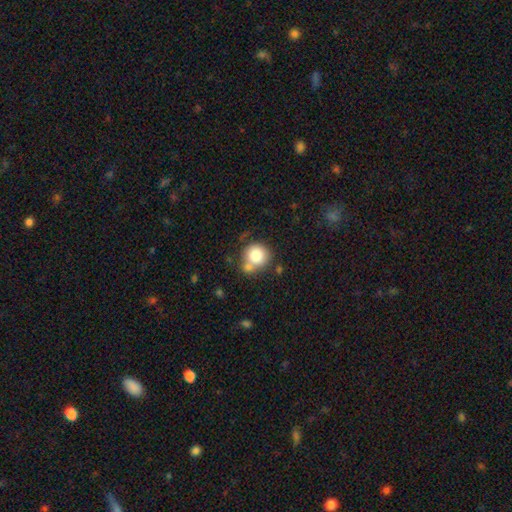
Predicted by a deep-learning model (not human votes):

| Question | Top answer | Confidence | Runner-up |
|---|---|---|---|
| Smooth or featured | smooth | 83% | star or artifact (9%) |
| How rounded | round | 88% | in between (11%) |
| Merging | none | 55% | merger (26%) |